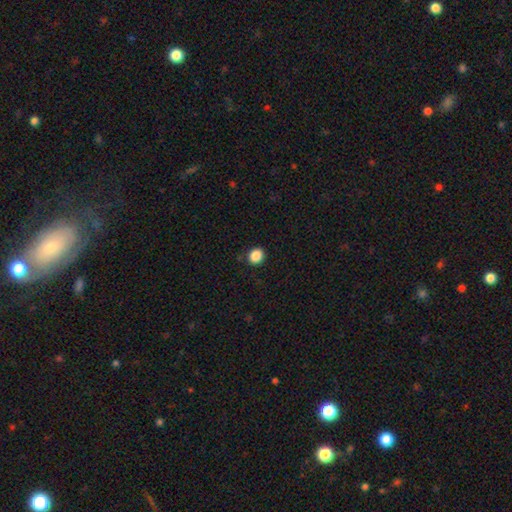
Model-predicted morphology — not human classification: The model was most divided on "how rounded": round: 74%, in between: 25%, cigar-shaped: 1%. More confident: merging — none (89%); smooth or featured — smooth (87%).